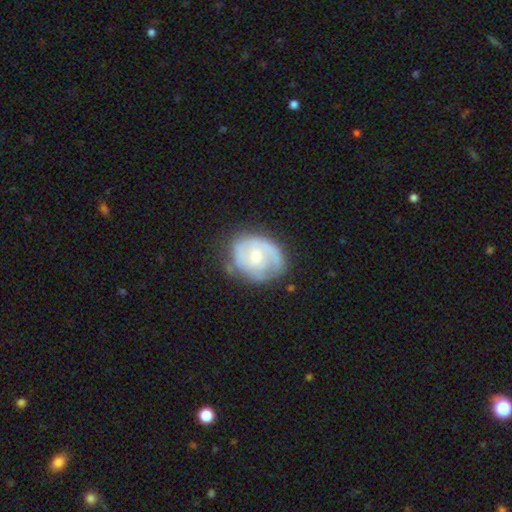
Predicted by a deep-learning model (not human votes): Morphology: type=featured or disk (66%); edge-on=no (97%); bar=no (68%); spiral arms=yes (76%); bulge=moderate (48%); merging=none (59%).